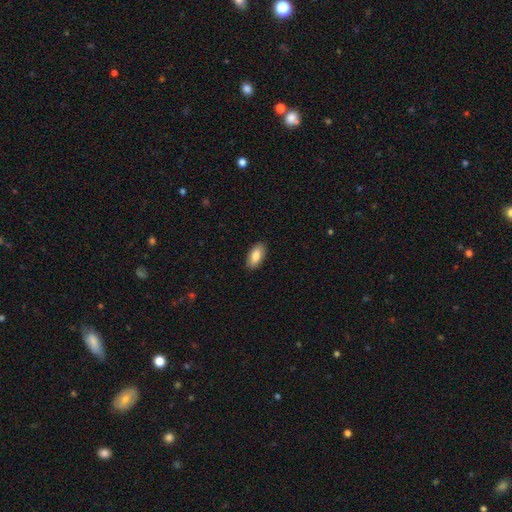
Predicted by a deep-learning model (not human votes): A smooth galaxy with no disk features (85%) that is in between round and cigar-shaped (92%). Merging: none (89%).